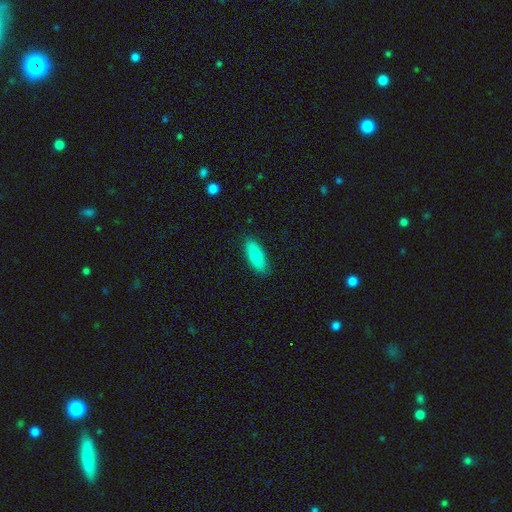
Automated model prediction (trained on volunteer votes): Smooth or featured? smooth (82%)
How rounded? in between (82%)
Merging? none (86%)